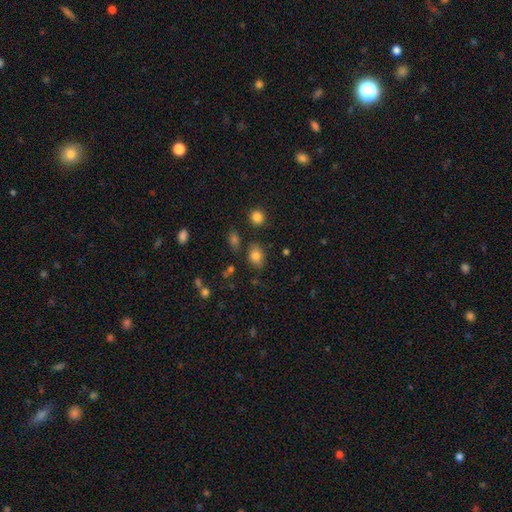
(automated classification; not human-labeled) The model was most divided on "how rounded": in between: 66%, round: 33%, cigar-shaped: 1%. More confident: smooth or featured — smooth (81%); merging — none (76%).